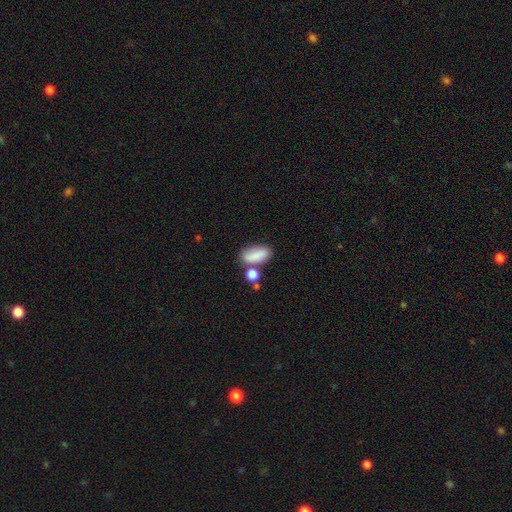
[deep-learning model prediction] The model was most divided on "merging": none: 60%, merger: 19%, minor disturbance: 16%, major disturbance: 5%. More confident: how rounded — in between (85%); smooth or featured — smooth (83%).